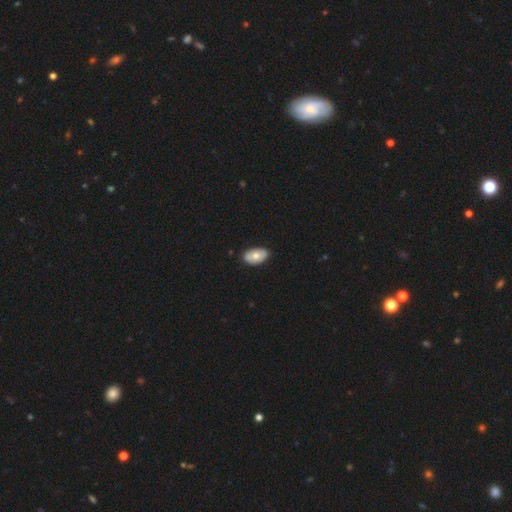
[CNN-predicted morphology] This is likely a smooth galaxy (68%). How rounded: clearly in between (93%). Merging: clearly none (87%).